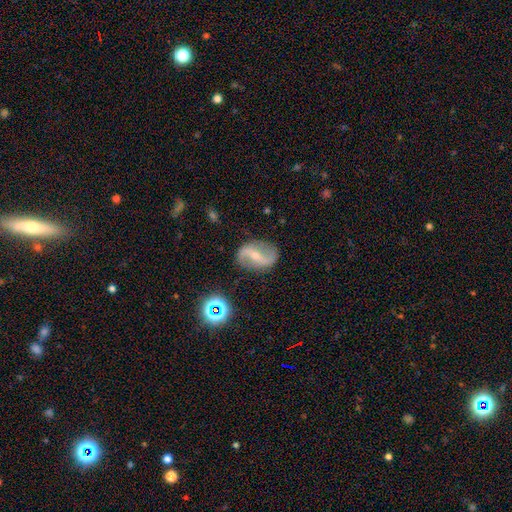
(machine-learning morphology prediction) The model was most divided on "bar": strong: 54%, weak: 31%, no: 15%. More confident: edge-on disk — no (96%); spiral arm count — 2 (92%); spiral arms — yes (91%); merging — none (83%); smooth or featured — featured or disk (82%); spiral winding — loose (67%); bulge size — small (63%).